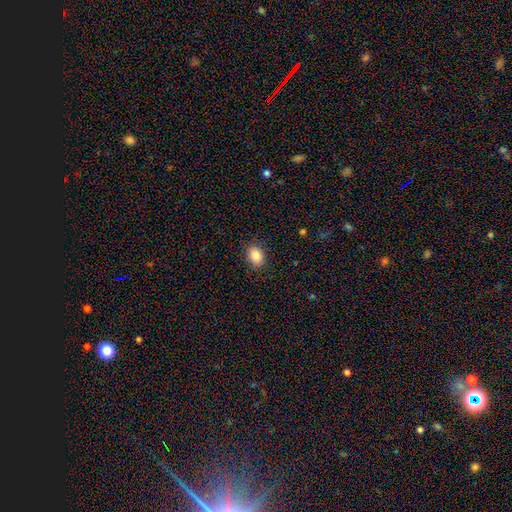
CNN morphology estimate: This appears to be a smooth galaxy with no disk features (86%) that is in between round and cigar-shaped (67%). Merging: none (88%).